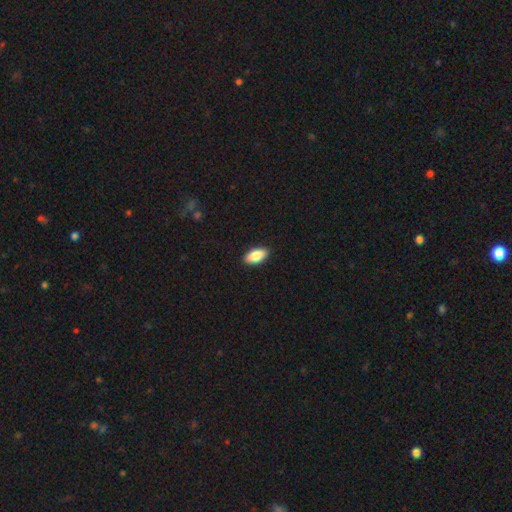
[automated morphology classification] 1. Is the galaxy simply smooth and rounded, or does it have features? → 85% smooth, 8% featured or disk, 7% star or artifact.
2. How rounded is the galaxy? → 93% in between, 4% cigar-shaped, 3% round.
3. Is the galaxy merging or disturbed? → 91% none, 7% minor disturbance, 2% major disturbance, 1% merger.